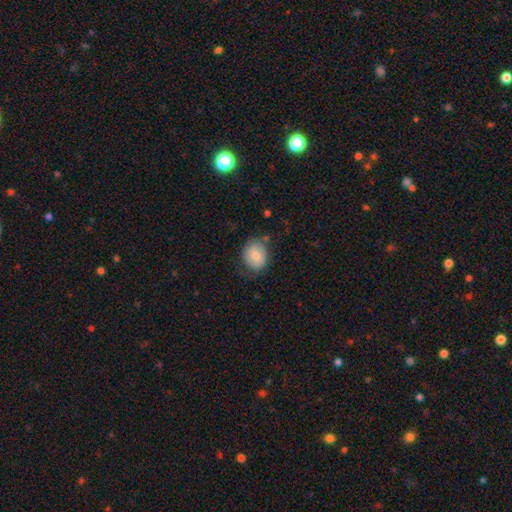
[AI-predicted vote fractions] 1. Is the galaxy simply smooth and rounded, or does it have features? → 72% smooth, 21% featured or disk, 8% star or artifact.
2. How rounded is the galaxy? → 63% round, 36% in between, 1% cigar-shaped.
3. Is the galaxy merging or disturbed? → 72% none, 20% minor disturbance, 6% major disturbance, 2% merger.